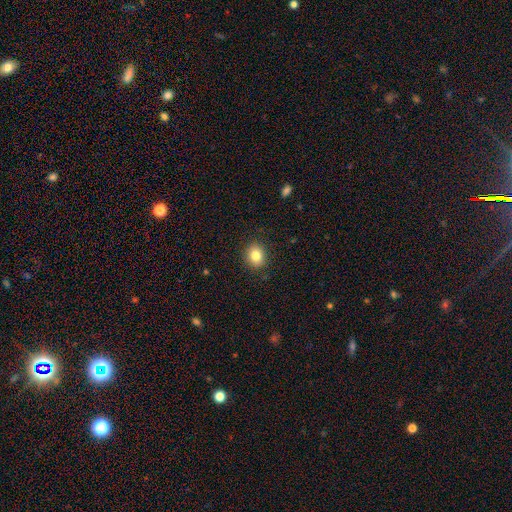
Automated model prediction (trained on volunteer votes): smooth 83%, star or artifact 10%, featured or disk 7%. Down the decision tree: how rounded — round (64%); merging — none (90%).